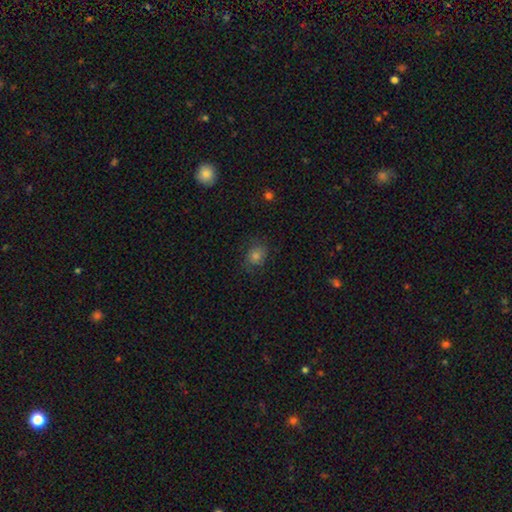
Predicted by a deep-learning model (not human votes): This is likely a smooth galaxy (68%). How rounded: likely round (61%). Merging: likely none (75%).